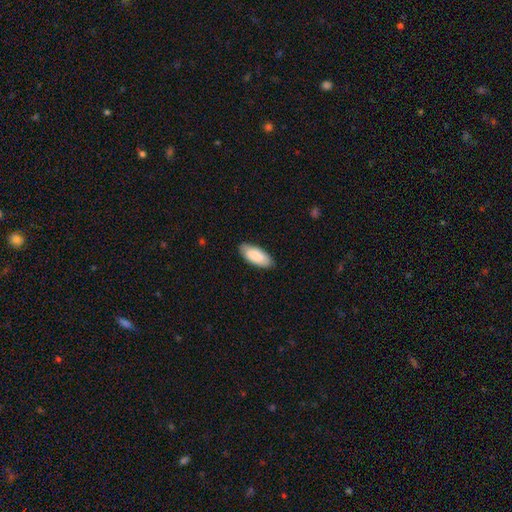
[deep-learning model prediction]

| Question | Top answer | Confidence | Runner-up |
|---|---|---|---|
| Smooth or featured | smooth | 85% | featured or disk (10%) |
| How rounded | in between | 90% | cigar-shaped (9%) |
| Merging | none | 86% | minor disturbance (11%) |